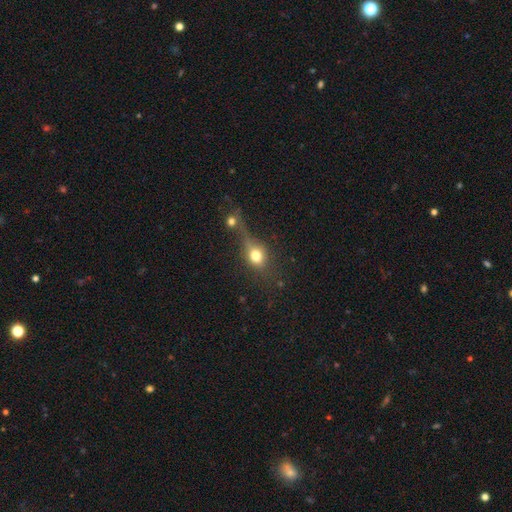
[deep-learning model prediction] smooth-or-featured: smooth: 70% | featured or disk: 16% | star or artifact: 13%
  how-rounded: round: 54% | in between: 42% | cigar-shaped: 4%
  merging: none: 35% | merger: 33% | major disturbance: 16% | minor disturbance: 15%